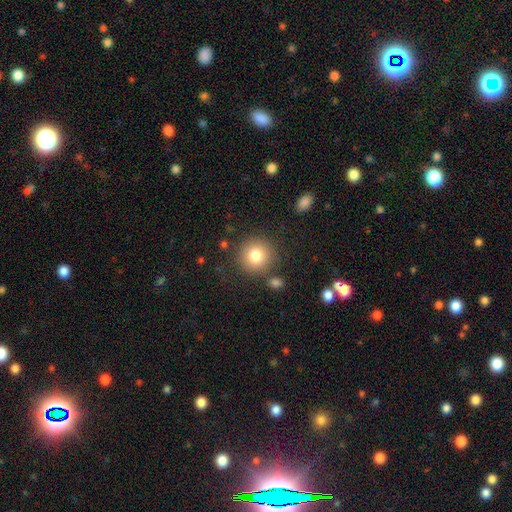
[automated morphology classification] smooth 80%, star or artifact 10%, featured or disk 10%. Down the decision tree: how rounded — round (93%); merging — none (83%).